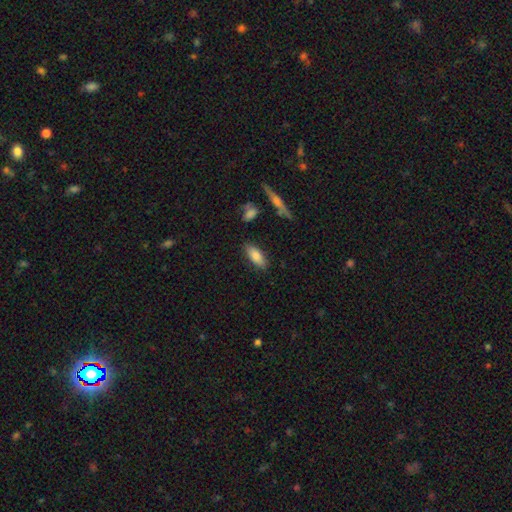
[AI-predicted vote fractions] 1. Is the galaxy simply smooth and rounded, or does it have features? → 81% smooth, 12% featured or disk, 7% star or artifact.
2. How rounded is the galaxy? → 80% in between, 18% cigar-shaped, 2% round.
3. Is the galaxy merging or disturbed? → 84% none, 11% minor disturbance, 2% major disturbance, 2% merger.